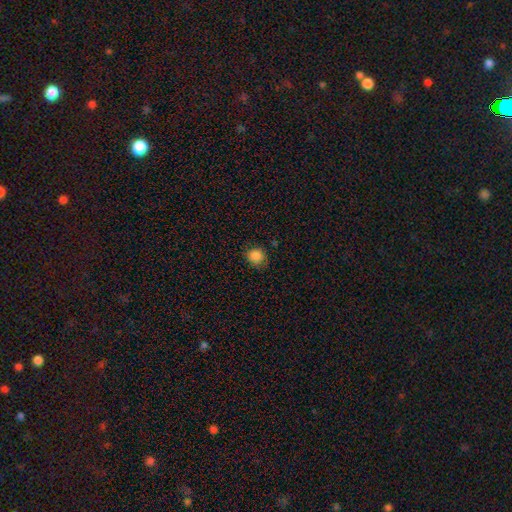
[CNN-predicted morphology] Smooth or featured: smooth — 86% (star or artifact — 11%)
How rounded: round — 85% (in between — 14%)
Merging: none — 80% (minor disturbance — 16%)